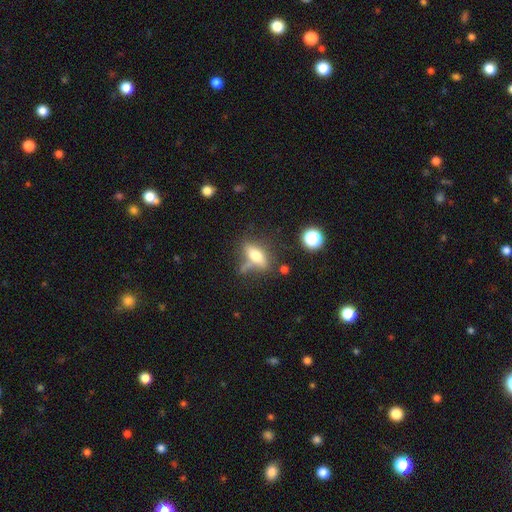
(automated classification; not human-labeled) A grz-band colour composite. It shows a smooth galaxy with no disk features (61%) that is in between round and cigar-shaped (70%). Merging: none (51%).